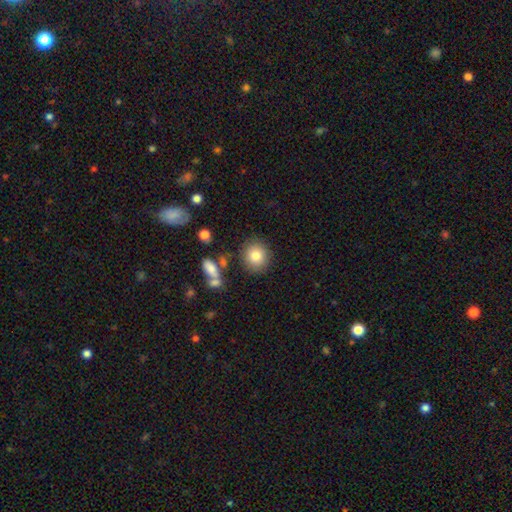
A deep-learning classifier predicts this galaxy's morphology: Smooth or featured: smooth — 81% (featured or disk — 9%)
How rounded: round — 83% (in between — 16%)
Merging: none — 82% (minor disturbance — 10%)